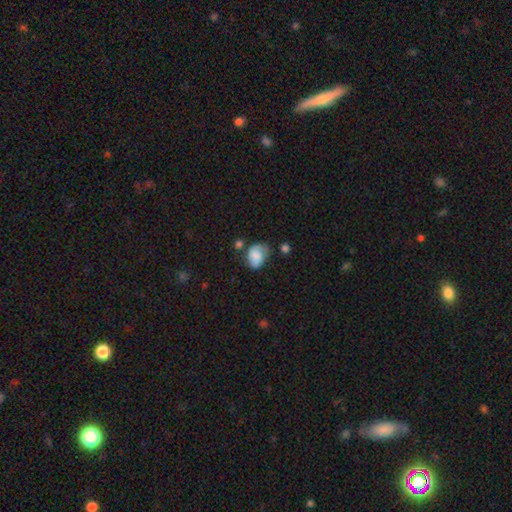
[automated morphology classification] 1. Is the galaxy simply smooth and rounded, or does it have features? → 57% smooth, 34% featured or disk, 9% star or artifact.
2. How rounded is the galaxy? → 62% in between, 37% round, 1% cigar-shaped.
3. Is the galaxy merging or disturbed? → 50% none, 31% minor disturbance, 11% major disturbance, 8% merger.